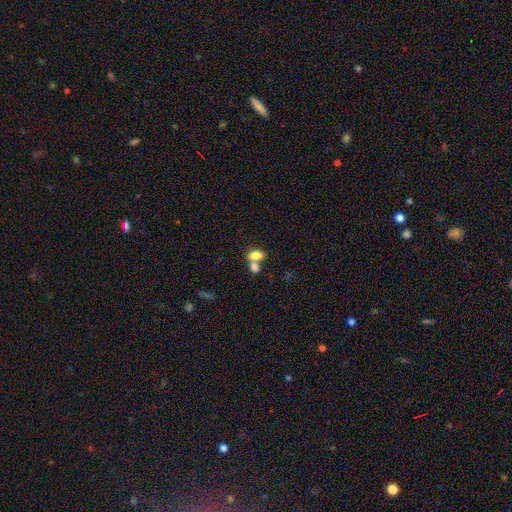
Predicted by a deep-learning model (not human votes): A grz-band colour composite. It shows a smooth galaxy with no disk features (80%) that is in between round and cigar-shaped (84%). Merging: merger (56%).